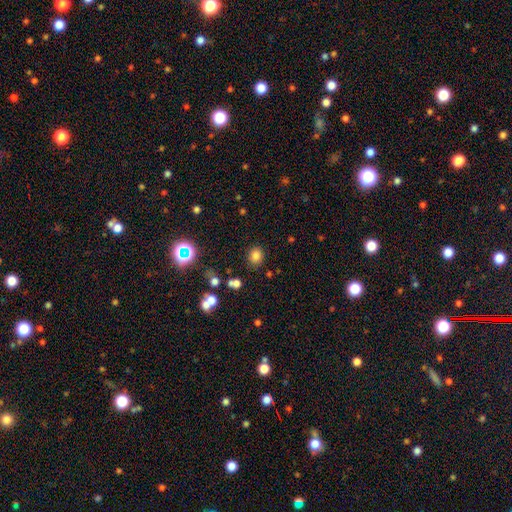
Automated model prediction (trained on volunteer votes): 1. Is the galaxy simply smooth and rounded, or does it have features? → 78% smooth, 16% star or artifact, 6% featured or disk.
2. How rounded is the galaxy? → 72% round, 27% in between, 1% cigar-shaped.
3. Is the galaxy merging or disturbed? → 85% none, 9% minor disturbance, 3% major disturbance, 3% merger.